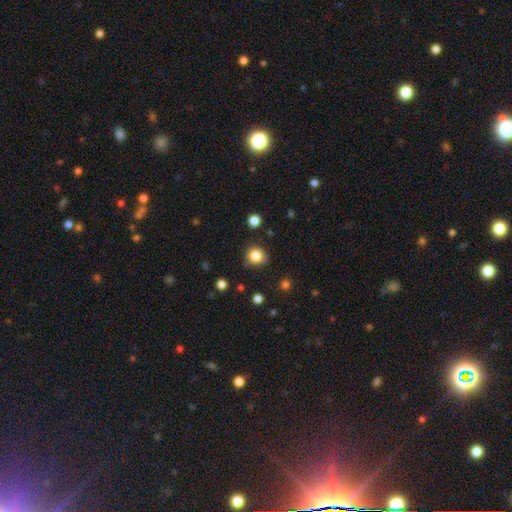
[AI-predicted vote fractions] Smooth or featured? Predicted: smooth (p=0.84). How rounded? Predicted: round (p=0.86). Merging? Predicted: none (p=0.81).